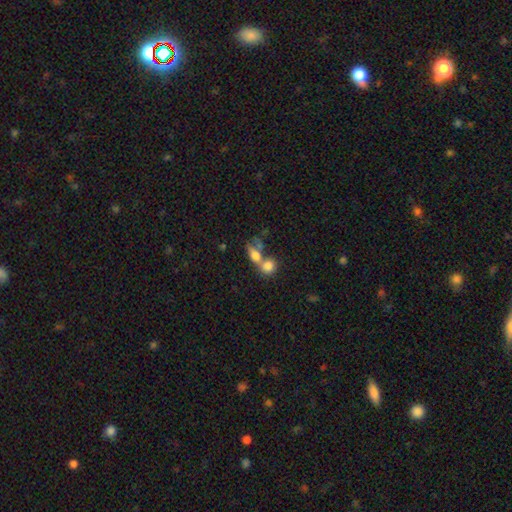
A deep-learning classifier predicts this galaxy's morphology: smooth_or_featured: smooth (p=0.72) [alt: featured or disk p=0.18]
how_rounded: in between (p=0.63) [alt: round p=0.31]
merging: merger (p=0.63) [alt: none p=0.21]